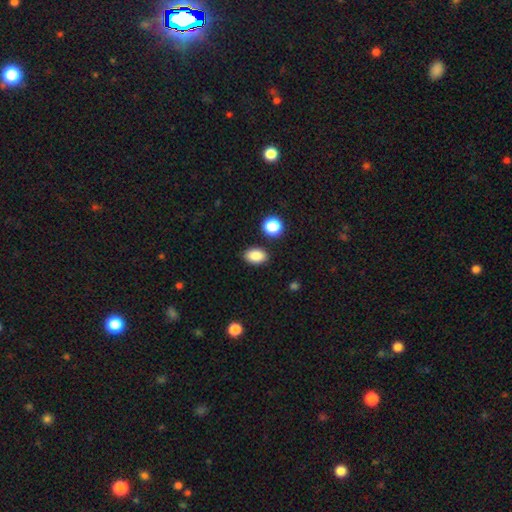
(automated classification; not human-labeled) Smooth or featured? Predicted: smooth (p=0.86). How rounded? Predicted: in between (p=0.87). Merging? Predicted: none (p=0.86).